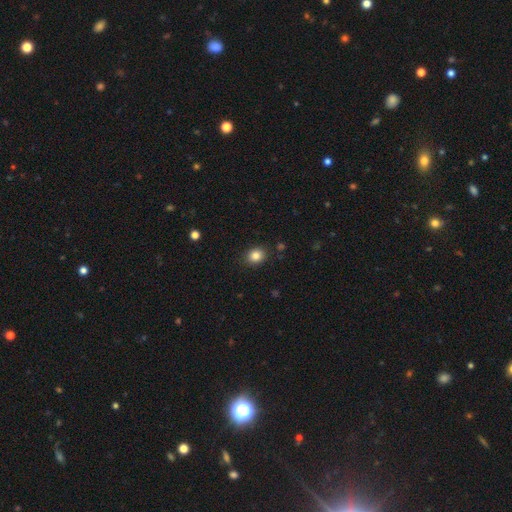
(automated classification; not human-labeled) Overall: smooth (84%). How rounded: round (60%; in between 40%). Merging: none (88%).